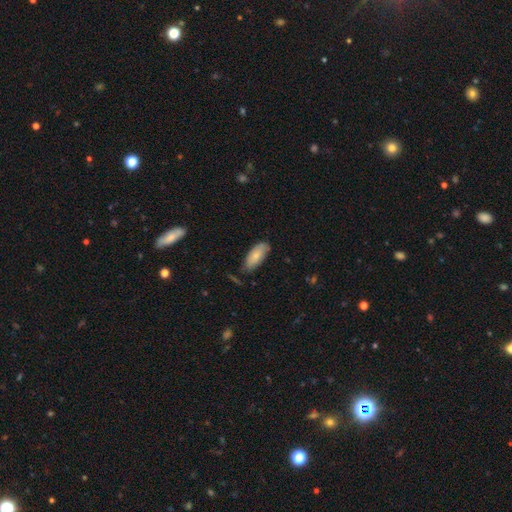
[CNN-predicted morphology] Smooth or featured? Predicted: smooth (p=0.79). How rounded? Predicted: in between (p=0.86). Merging? Predicted: none (p=0.72).